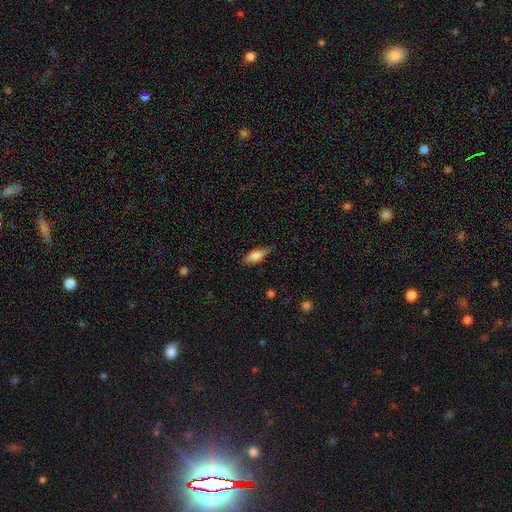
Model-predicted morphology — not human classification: Overall: smooth (74%). How rounded: in between (72%). Merging: none (78%).